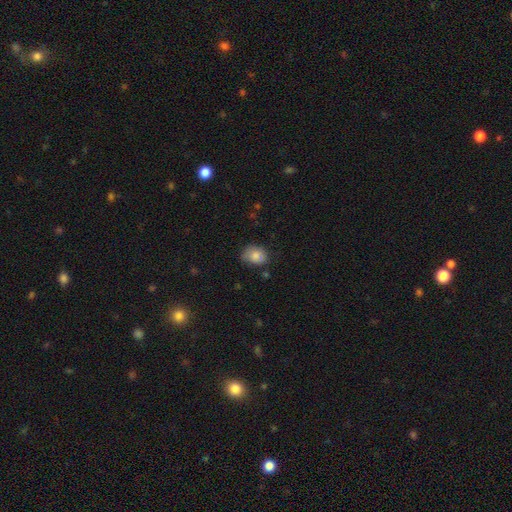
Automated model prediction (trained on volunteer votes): The model was most divided on "how rounded": in between: 56%, round: 43%, cigar-shaped: 1%. More confident: smooth or featured — smooth (82%); merging — none (63%).